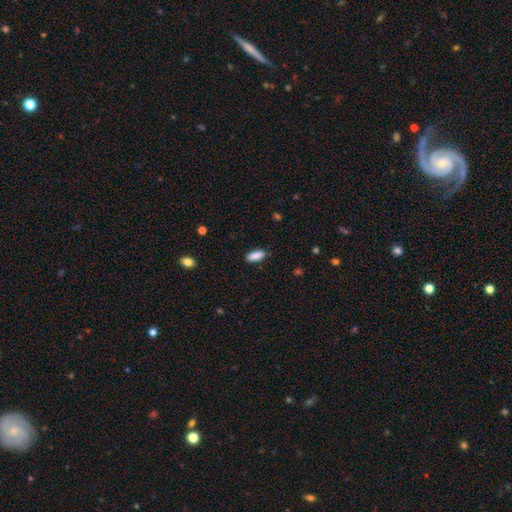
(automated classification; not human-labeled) A smooth galaxy with no disk features (89%) that is in between round and cigar-shaped (79%).

Vote fractions:
- Smooth or featured? smooth: 89% / star or artifact: 7% / featured or disk: 4%
- How rounded? in between: 79% / cigar-shaped: 19% / round: 2%
- Merging? none: 87% / minor disturbance: 10% / major disturbance: 2% / merger: 1%